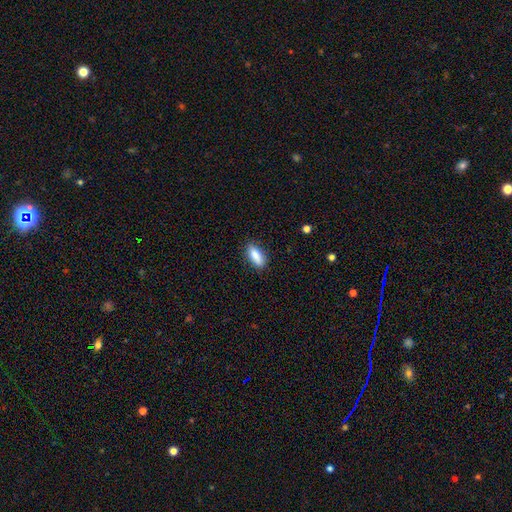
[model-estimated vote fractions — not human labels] Smooth or featured: smooth — 85% (featured or disk — 9%)
How rounded: in between — 71% (cigar-shaped — 27%)
Merging: none — 85% (minor disturbance — 11%)